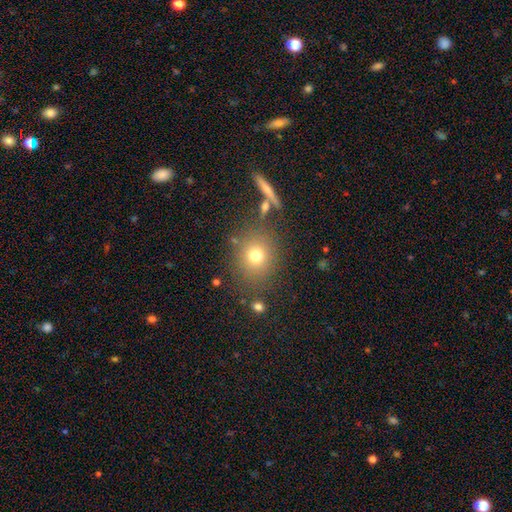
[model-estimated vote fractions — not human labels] Smooth or featured?
  - smooth: 73% *
  - star or artifact: 16%
  - featured or disk: 11%
How rounded?
  - round: 75% *
  - in between: 23%
  - cigar-shaped: 1%
Merging?
  - none: 78% *
  - minor disturbance: 11%
  - merger: 6%
  - major disturbance: 5%